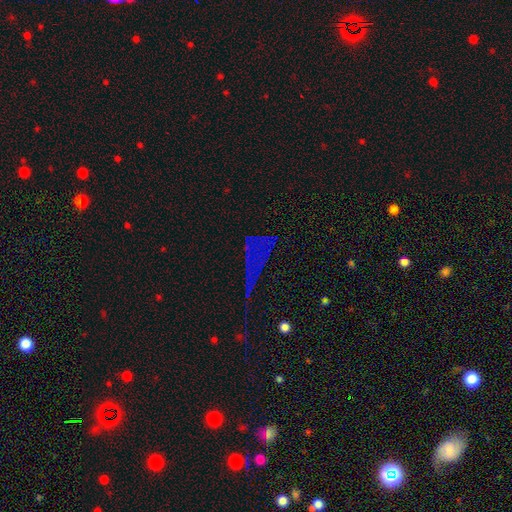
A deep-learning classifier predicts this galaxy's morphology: Smooth or featured?
  - star or artifact: 67% *
  - smooth: 18%
  - featured or disk: 14%